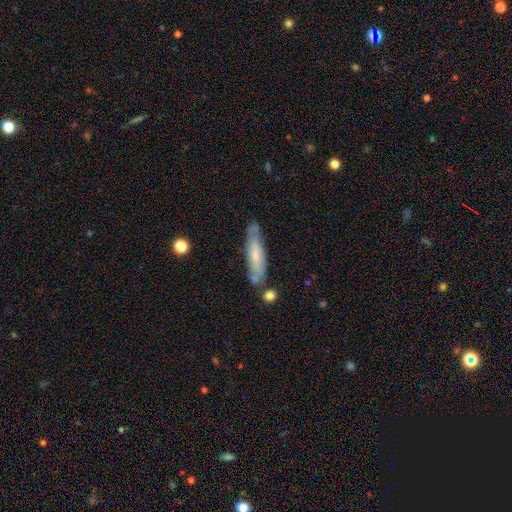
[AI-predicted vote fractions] Morphology: type=smooth (52%); roundness=cigar-shaped (76%); merging=none (66%).